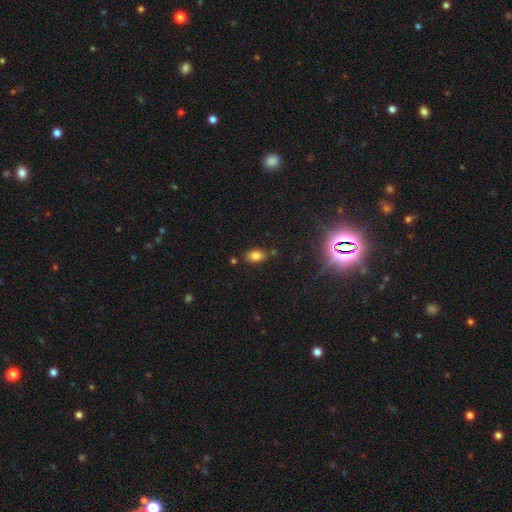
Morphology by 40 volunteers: smooth_or_featured: smooth (p=0.75) [alt: featured or disk p=0.15]
how_rounded: in between (p=0.83) [alt: round p=0.17]
merging: none (p=0.81) [alt: minor disturbance p=0.14]